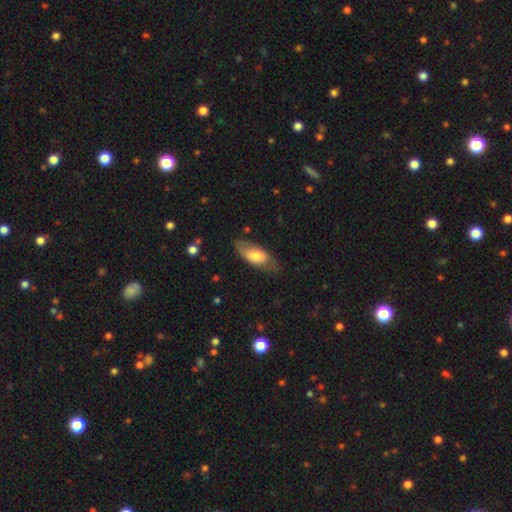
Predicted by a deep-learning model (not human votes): This appears to be a smooth galaxy with no disk features (63%) that is in between round and cigar-shaped (86%). Merging: none (68%).